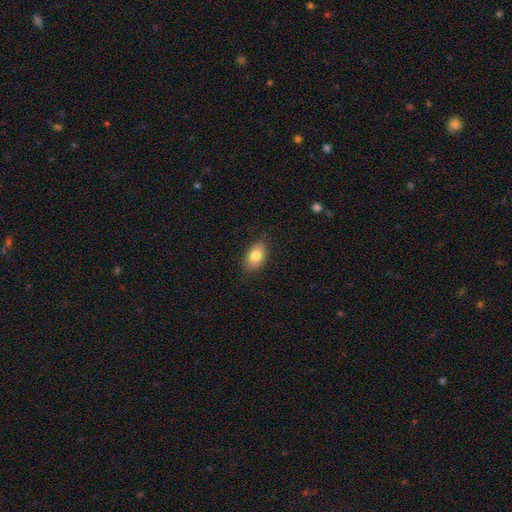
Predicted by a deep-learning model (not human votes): Overall: smooth (81%). How rounded: in between (88%). Merging: none (85%).